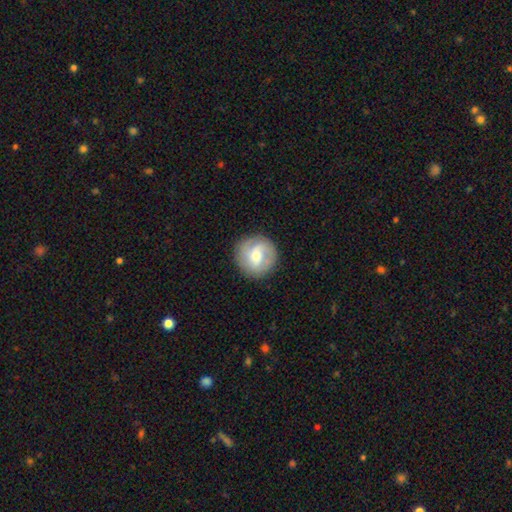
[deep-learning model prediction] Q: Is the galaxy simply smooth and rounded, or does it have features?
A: featured or disk — 53%.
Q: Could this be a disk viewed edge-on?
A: no — 97%.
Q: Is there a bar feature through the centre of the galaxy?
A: weak — 48%.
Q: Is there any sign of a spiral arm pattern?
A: yes — 80%.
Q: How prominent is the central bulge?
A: moderate — 56%.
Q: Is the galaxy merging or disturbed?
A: none — 86%.